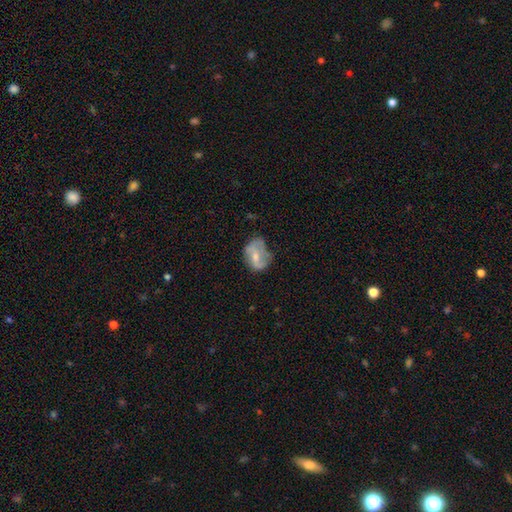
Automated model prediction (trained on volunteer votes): Q: Smooth or featured?
A: featured or disk (50%); runner-up: smooth (43%)
Q: Merging?
A: none (39%); runner-up: minor disturbance (33%)